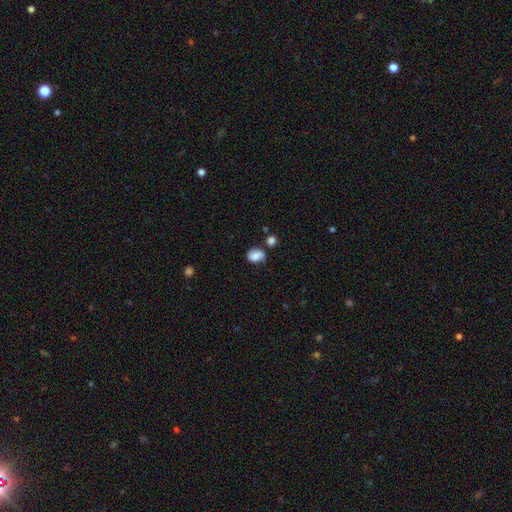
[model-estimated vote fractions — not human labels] Smooth or featured: smooth — 67% (featured or disk — 22%)
How rounded: in between — 65% (round — 34%)
Merging: none — 58% (minor disturbance — 23%)